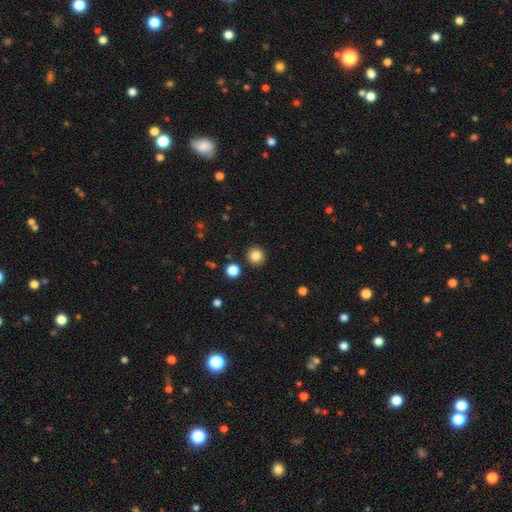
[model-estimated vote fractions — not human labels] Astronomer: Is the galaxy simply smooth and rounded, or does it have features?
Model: smooth — 84%.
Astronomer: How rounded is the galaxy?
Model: round — 94%.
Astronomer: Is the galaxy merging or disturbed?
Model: none — 91%.